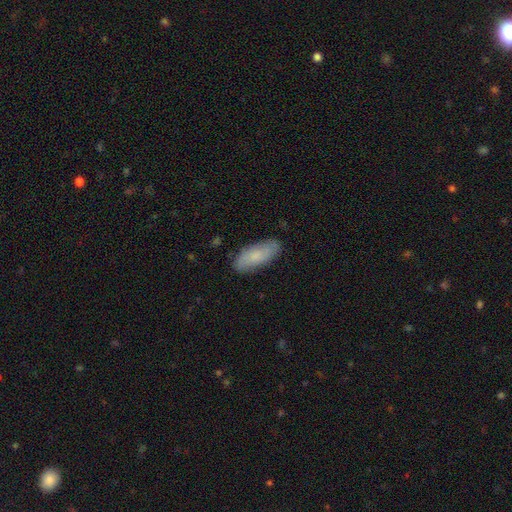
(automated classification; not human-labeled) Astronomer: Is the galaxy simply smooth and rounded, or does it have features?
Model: smooth — 75%.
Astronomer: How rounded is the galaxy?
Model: in between — 79%.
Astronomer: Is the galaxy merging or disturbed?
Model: none — 84%.